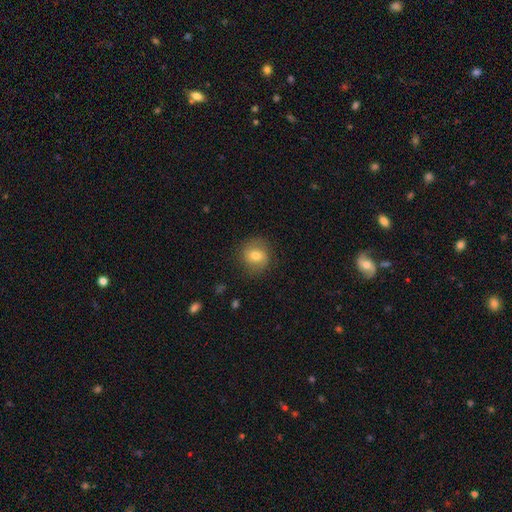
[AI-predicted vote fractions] smooth_or_featured: smooth (p=0.70) [alt: featured or disk p=0.21]
how_rounded: round (p=0.78) [alt: in between p=0.21]
merging: none (p=0.82) [alt: minor disturbance p=0.13]